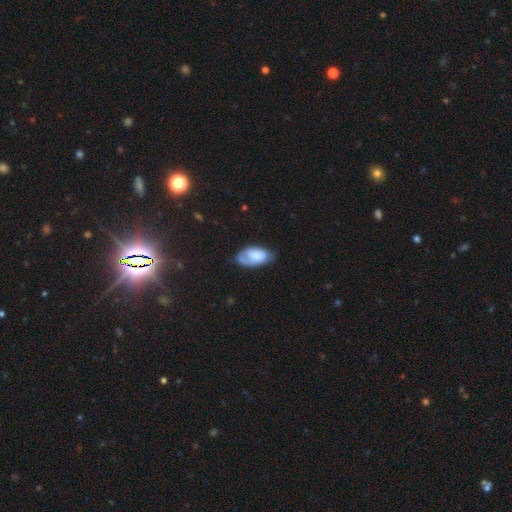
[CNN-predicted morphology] A smooth galaxy with no disk features (64%) that is in between round and cigar-shaped (94%). Merging: none (49%).